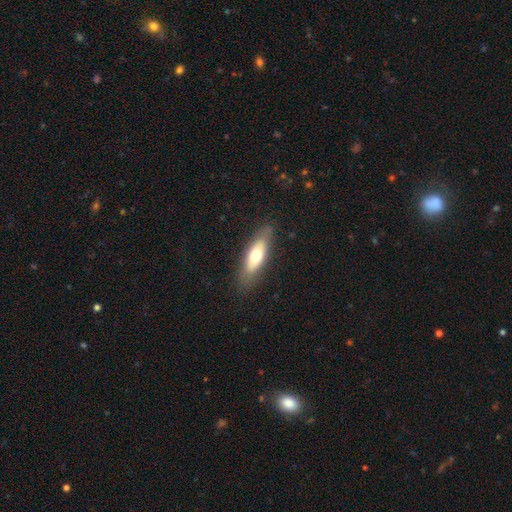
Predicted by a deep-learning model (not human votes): smooth 60%, featured or disk 34%, star or artifact 6%. Down the decision tree: how rounded — in between (58%); merging — none (81%).